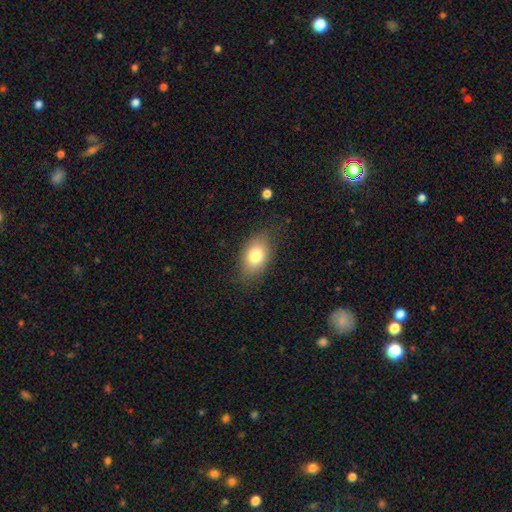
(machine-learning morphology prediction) type=smooth (79%); roundness=in between (85%); merging=none (80%).